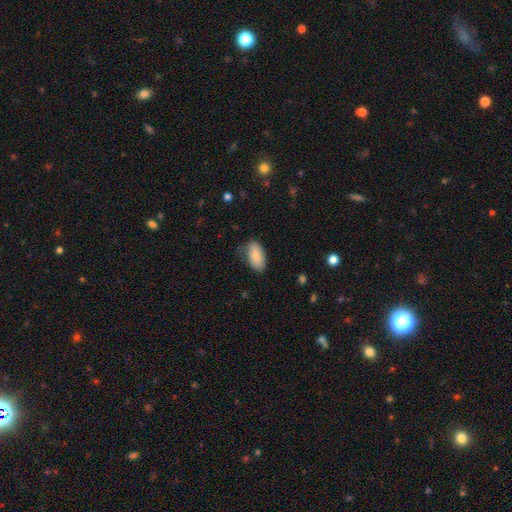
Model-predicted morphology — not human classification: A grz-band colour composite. It shows a smooth galaxy with no disk features (83%) that is in between round and cigar-shaped (93%). Merging: none (76%).